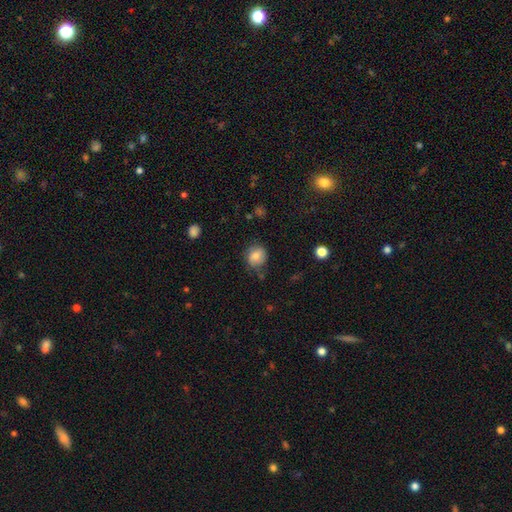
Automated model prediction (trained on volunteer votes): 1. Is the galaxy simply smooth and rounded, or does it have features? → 77% smooth, 14% featured or disk, 10% star or artifact.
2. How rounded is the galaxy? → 81% round, 18% in between, 1% cigar-shaped.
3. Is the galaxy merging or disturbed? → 71% none, 21% minor disturbance, 6% major disturbance, 2% merger.